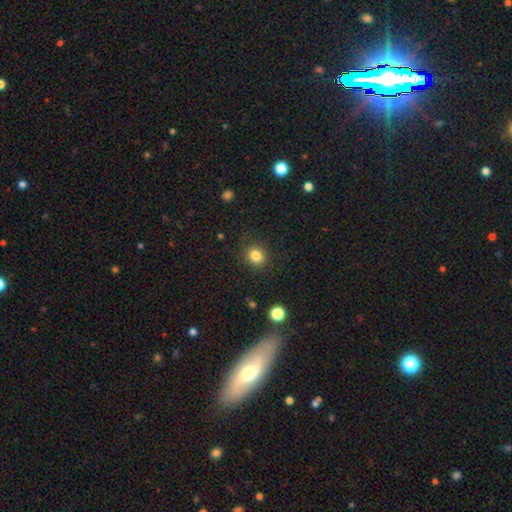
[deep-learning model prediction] Smooth or featured? Predicted: smooth (p=0.83). How rounded? Predicted: round (p=0.75). Merging? Predicted: none (p=0.88).